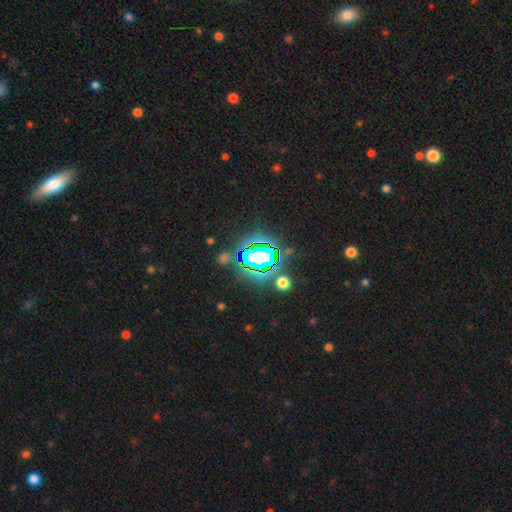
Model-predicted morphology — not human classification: Smooth or featured: star or artifact — 70% (smooth — 18%)